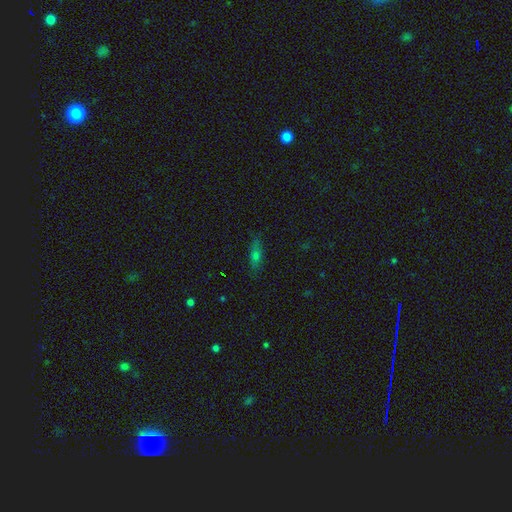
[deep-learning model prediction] This is possibly a smooth galaxy (52%). How rounded: possibly cigar-shaped (56%). Merging: clearly none (84%).